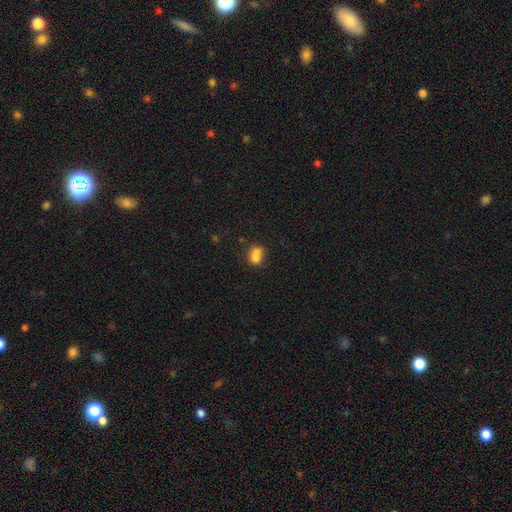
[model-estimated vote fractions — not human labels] smooth 72%, featured or disk 17%, star or artifact 11%. Down the decision tree: how rounded — round (57%); merging — merger (53%).